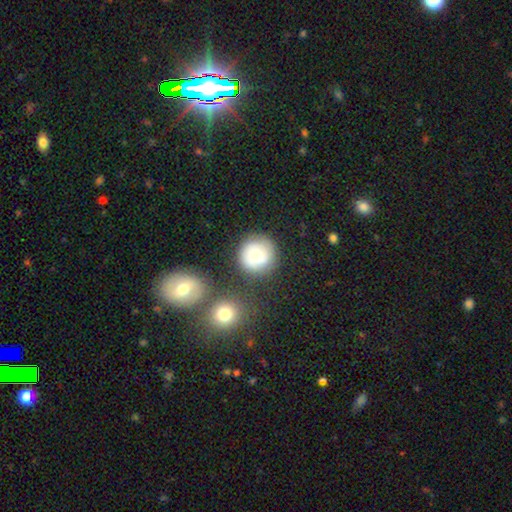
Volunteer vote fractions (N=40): This appears to be a smooth galaxy with no disk features (65%) that is round (100%). Merging: none (80%).